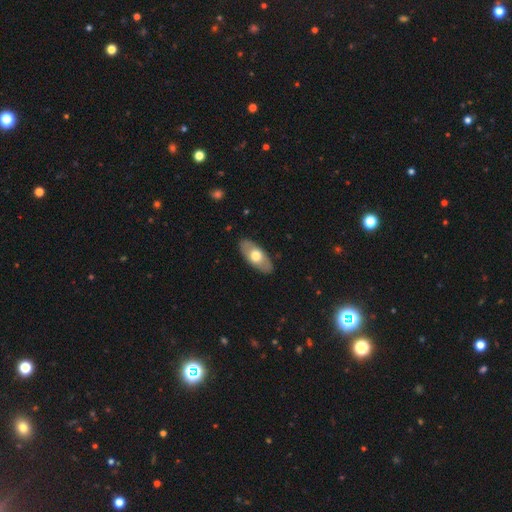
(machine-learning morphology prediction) This appears to be a smooth galaxy with no disk features (59%) that is in between round and cigar-shaped (88%). Merging: none (88%).